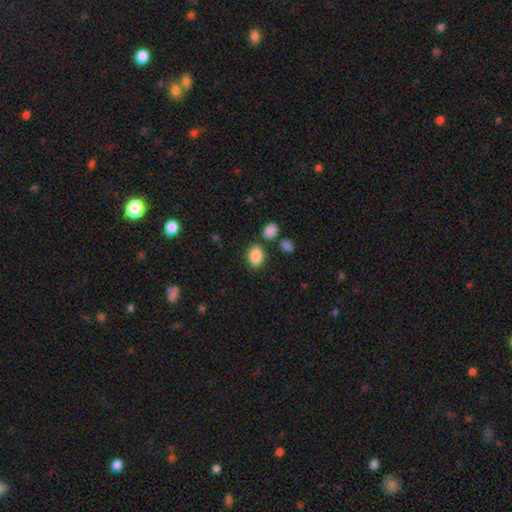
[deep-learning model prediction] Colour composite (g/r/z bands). It shows a smooth galaxy with no disk features (88%) that is in between round and cigar-shaped (77%). Merging: none (76%).